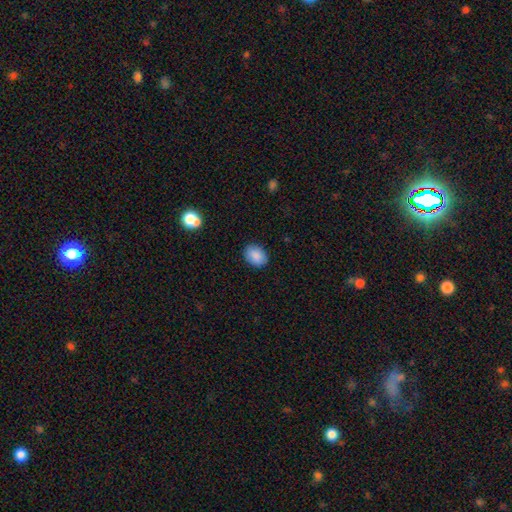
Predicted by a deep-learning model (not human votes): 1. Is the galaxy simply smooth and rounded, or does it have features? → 88% smooth, 8% star or artifact, 5% featured or disk.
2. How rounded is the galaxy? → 69% in between, 30% round, 1% cigar-shaped.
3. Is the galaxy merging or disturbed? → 88% none, 9% minor disturbance, 2% major disturbance, 1% merger.